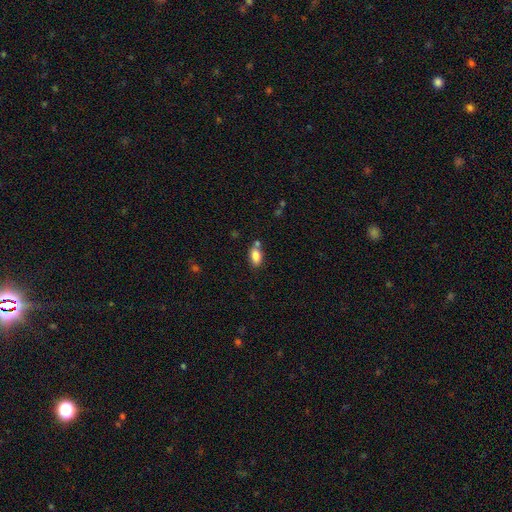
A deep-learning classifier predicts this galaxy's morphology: smooth-or-featured: smooth: 84% | star or artifact: 9% | featured or disk: 7%
  how-rounded: in between: 90% | round: 6% | cigar-shaped: 4%
  merging: none: 65% | merger: 17% | minor disturbance: 14% | major disturbance: 4%